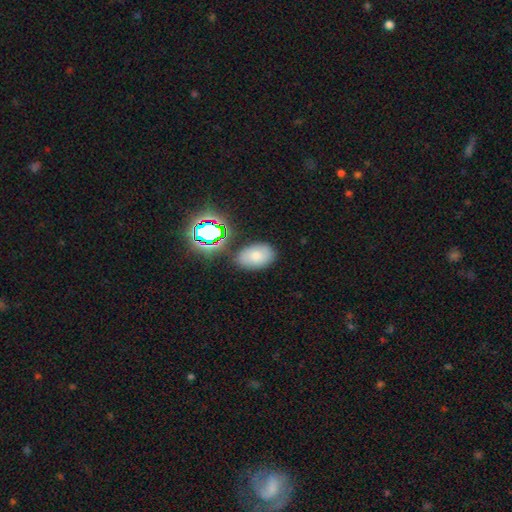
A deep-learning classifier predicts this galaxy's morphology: Q: Smooth or featured?
A: smooth (71%); runner-up: star or artifact (15%)
Q: How rounded?
A: in between (89%); runner-up: round (10%)
Q: Merging?
A: none (77%); runner-up: minor disturbance (14%)